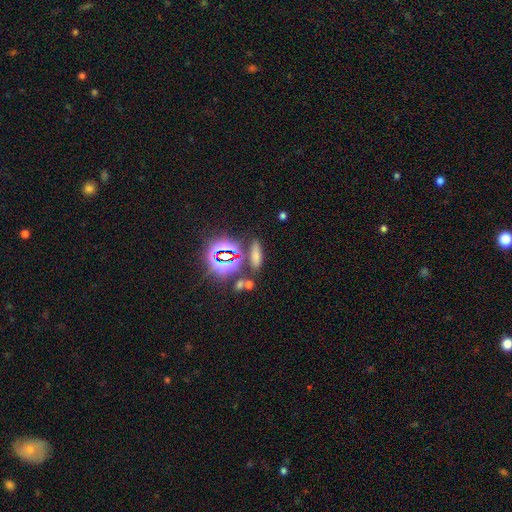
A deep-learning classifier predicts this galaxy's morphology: This appears to be a smooth galaxy with no disk features (59%) that is cigar-shaped (46%). Merging: none (76%).